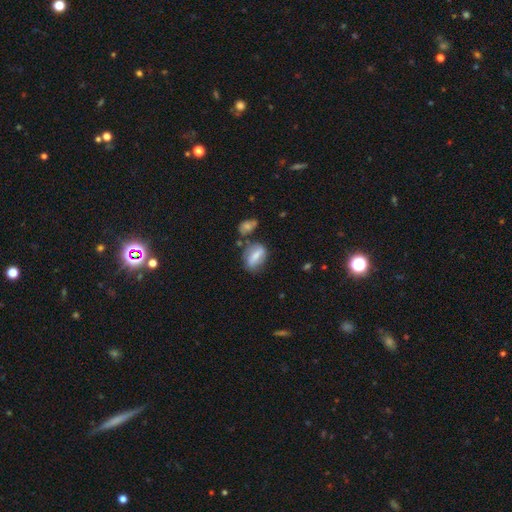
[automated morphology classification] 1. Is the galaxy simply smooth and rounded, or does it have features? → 53% smooth, 38% featured or disk, 9% star or artifact.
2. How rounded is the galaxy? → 71% in between, 17% round, 12% cigar-shaped.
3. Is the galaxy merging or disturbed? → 56% none, 23% minor disturbance, 11% merger, 10% major disturbance.